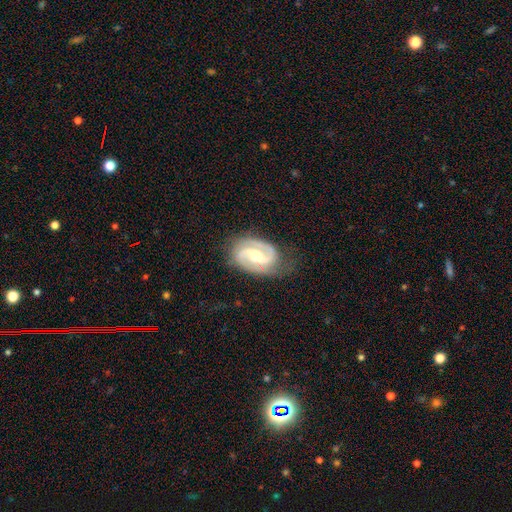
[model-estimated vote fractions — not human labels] Overall: featured or disk (89%). Edge-on disk: no (97%). Bar: weak (42%; strong 37%). Spiral arms: yes (97%). Spiral arm count: 2 (92%). Spiral winding: medium (51%; tight 31%). Bulge size: moderate (61%; small 34%). Merging: none (77%).